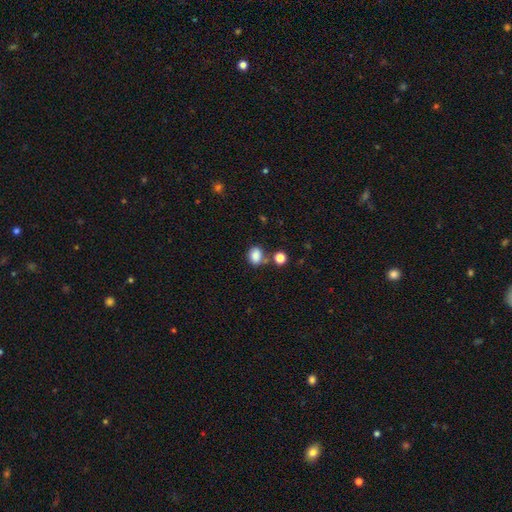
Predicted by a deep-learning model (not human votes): smooth 83%, star or artifact 11%, featured or disk 6%. Down the decision tree: how rounded — in between (56%); merging — none (61%).